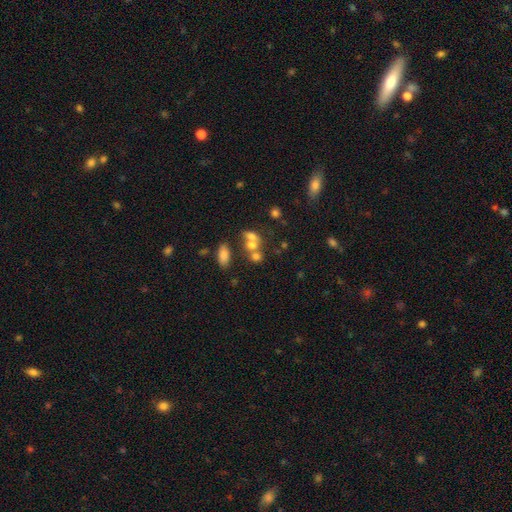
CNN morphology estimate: Smooth or featured: smooth — 65% (featured or disk — 19%)
How rounded: round — 56% (in between — 42%)
Merging: merger — 53% (none — 32%)